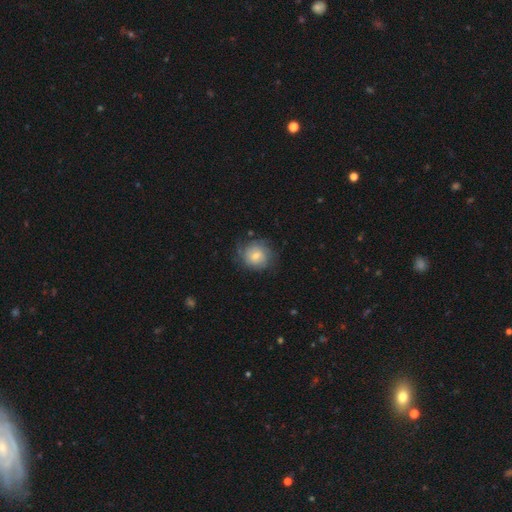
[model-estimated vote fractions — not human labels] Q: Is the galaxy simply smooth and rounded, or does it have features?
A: smooth — 56%.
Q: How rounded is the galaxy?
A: round — 86%.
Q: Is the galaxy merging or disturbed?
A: none — 71%.